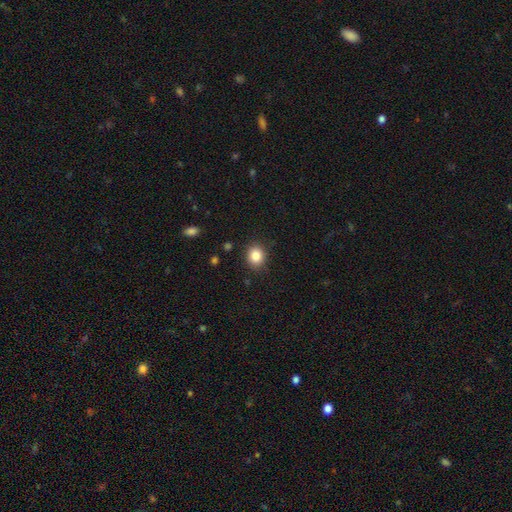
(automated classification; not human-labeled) Smooth or featured?
  - smooth: 85% *
  - star or artifact: 10%
  - featured or disk: 5%
How rounded?
  - round: 67% *
  - in between: 32%
  - cigar-shaped: 1%
Merging?
  - none: 88% *
  - minor disturbance: 9%
  - major disturbance: 3%
  - merger: 1%